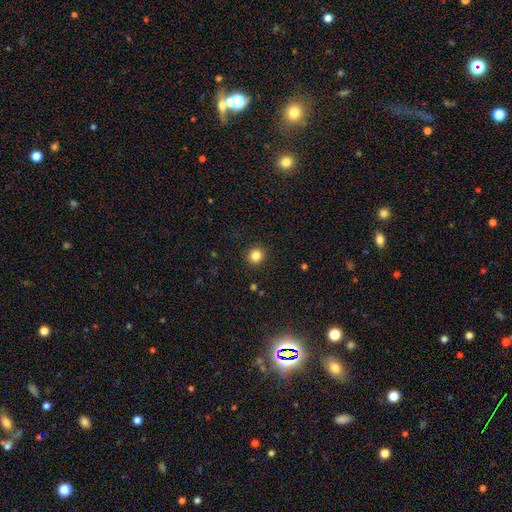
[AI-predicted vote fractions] smooth 84%, star or artifact 12%, featured or disk 4%. Down the decision tree: how rounded — round (90%); merging — none (91%).